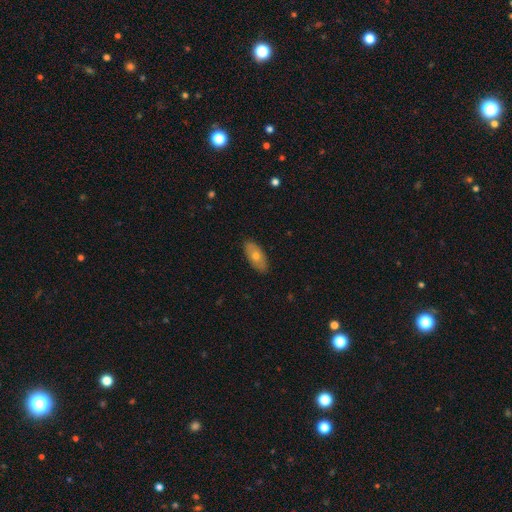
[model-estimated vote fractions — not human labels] This is likely a smooth galaxy (62%). How rounded: clearly in between (86%). Merging: clearly none (88%).